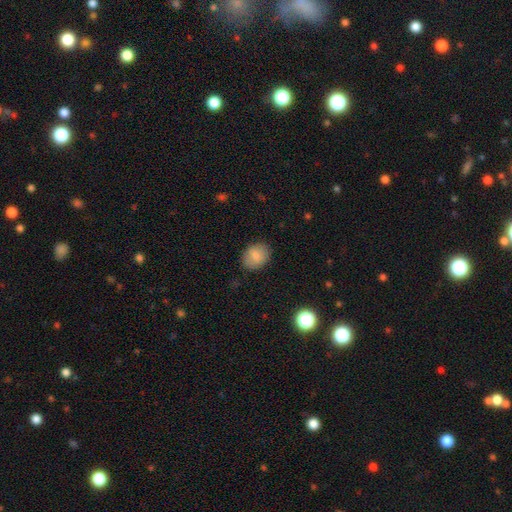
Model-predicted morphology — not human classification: type=smooth (81%); roundness=in between (55%); merging=none (85%).